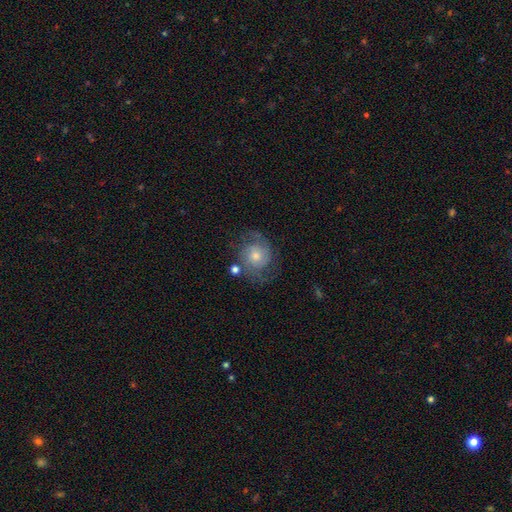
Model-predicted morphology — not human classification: Q: Smooth or featured?
A: featured or disk (71%); runner-up: smooth (20%)
Q: Edge-on disk?
A: no (98%); runner-up: yes (2%)
Q: Bar?
A: no (78%); runner-up: weak (19%)
Q: Spiral arms?
A: yes (91%); runner-up: no (9%)
Q: Spiral winding?
A: medium (46%); runner-up: tight (36%)
Q: Spiral arm count?
A: 2 (79%); runner-up: can't tell (10%)
Q: Bulge size?
A: moderate (48%); runner-up: small (43%)
Q: Merging?
A: none (70%); runner-up: minor disturbance (17%)